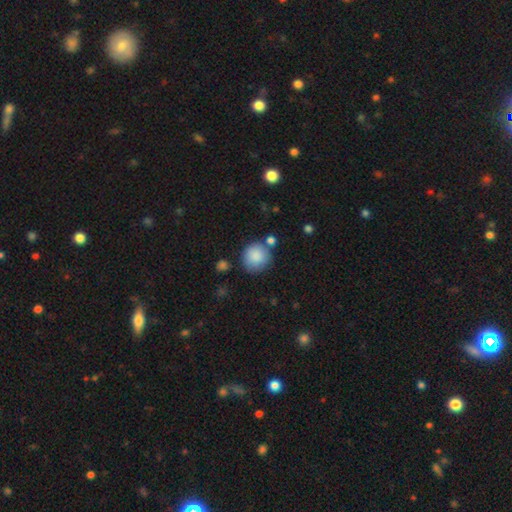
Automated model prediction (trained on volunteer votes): A smooth galaxy with no disk features (87%) that is round (89%). Merging: none (72%).